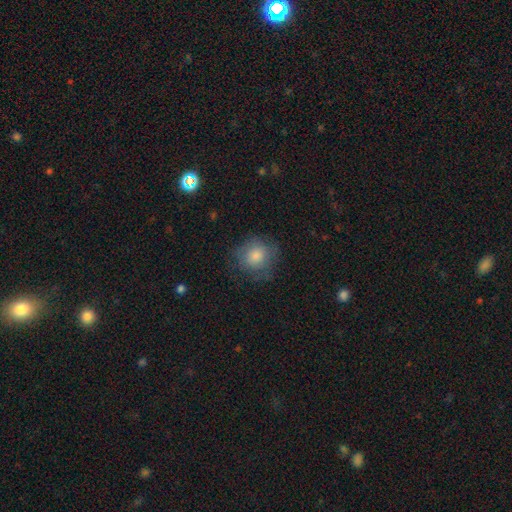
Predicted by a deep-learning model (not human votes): Smooth or featured? smooth (75%)
How rounded? round (84%)
Merging? none (74%)